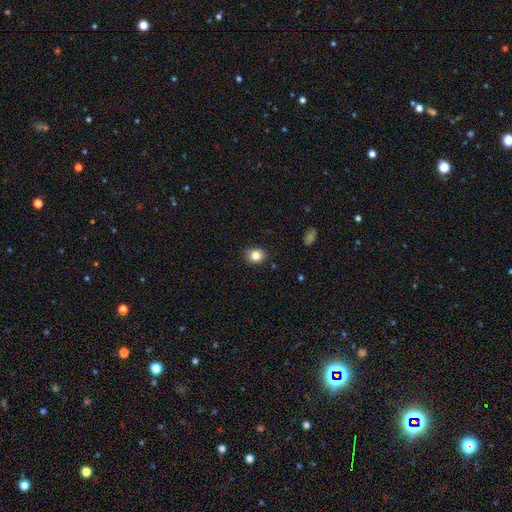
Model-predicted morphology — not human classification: type=smooth (82%); roundness=round (62%); merging=none (87%).